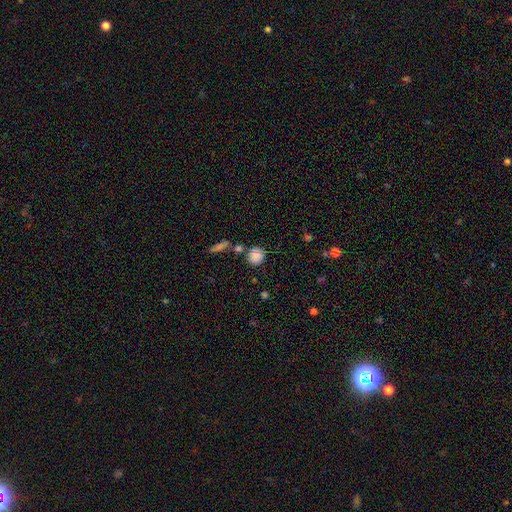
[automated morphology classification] smooth-or-featured: smooth: 85% | star or artifact: 10% | featured or disk: 6%
  how-rounded: round: 85% | in between: 13% | cigar-shaped: 2%
  merging: none: 71% | merger: 13% | minor disturbance: 12% | major disturbance: 4%